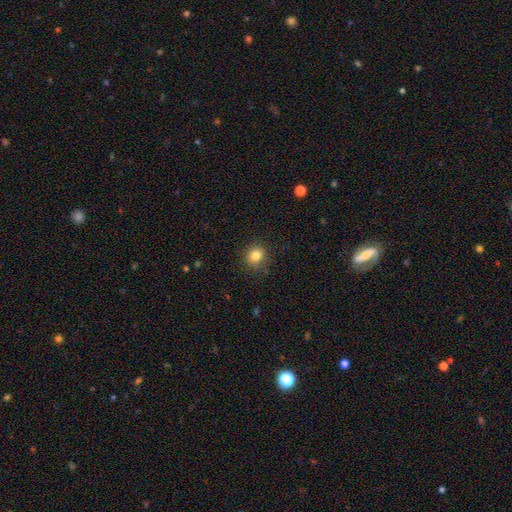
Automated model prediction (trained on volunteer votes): smooth-or-featured: smooth: 82% | star or artifact: 12% | featured or disk: 6%
  how-rounded: round: 86% | in between: 13% | cigar-shaped: 1%
  merging: none: 88% | minor disturbance: 8% | major disturbance: 2% | merger: 1%